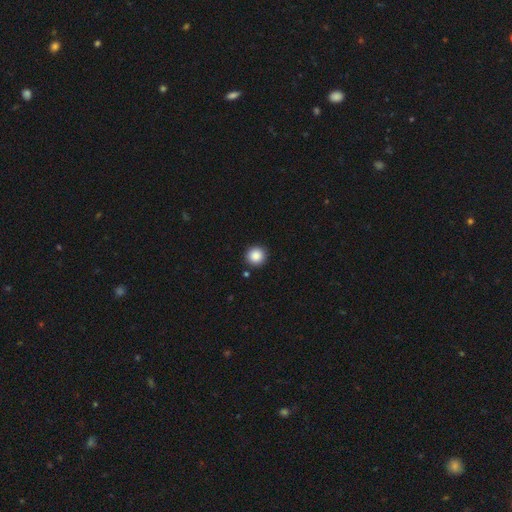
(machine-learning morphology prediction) Smooth or featured: smooth — 88% (star or artifact — 9%)
How rounded: round — 95% (in between — 4%)
Merging: none — 91% (minor disturbance — 5%)